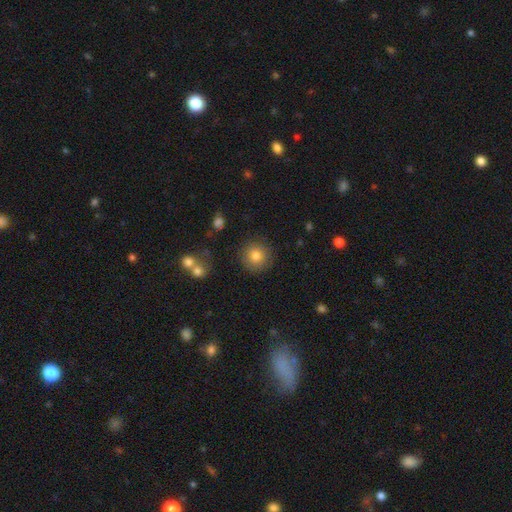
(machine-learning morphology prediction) The model was most divided on "smooth or featured": smooth: 82%, star or artifact: 10%, featured or disk: 8%. More confident: how rounded — round (94%); merging — none (87%).